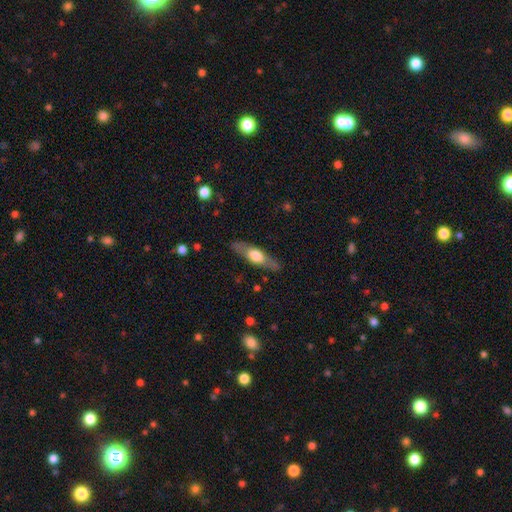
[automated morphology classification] This appears to be a featured or disk galaxy (51%) viewed edge-on (78%). Merging: none (84%).